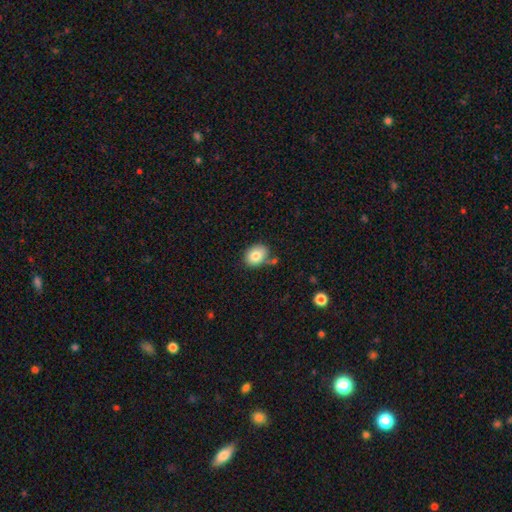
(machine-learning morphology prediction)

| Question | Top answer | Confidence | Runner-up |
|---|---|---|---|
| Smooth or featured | smooth | 81% | featured or disk (11%) |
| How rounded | in between | 60% | round (39%) |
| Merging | none | 67% | minor disturbance (17%) |